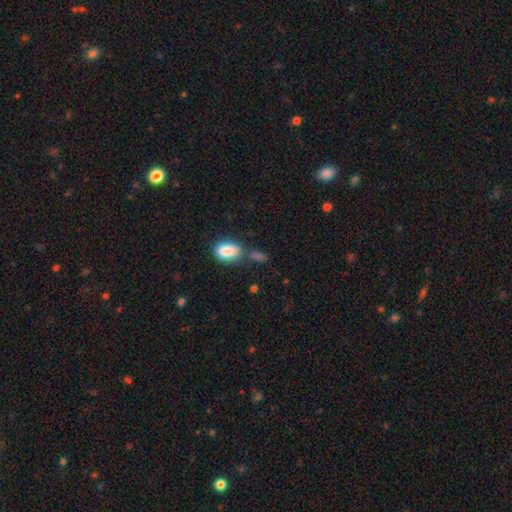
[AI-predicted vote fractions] smooth_or_featured: smooth (p=0.80) [alt: star or artifact p=0.13]
how_rounded: in between (p=0.78) [alt: round p=0.18]
merging: none (p=0.54) [alt: merger p=0.24]